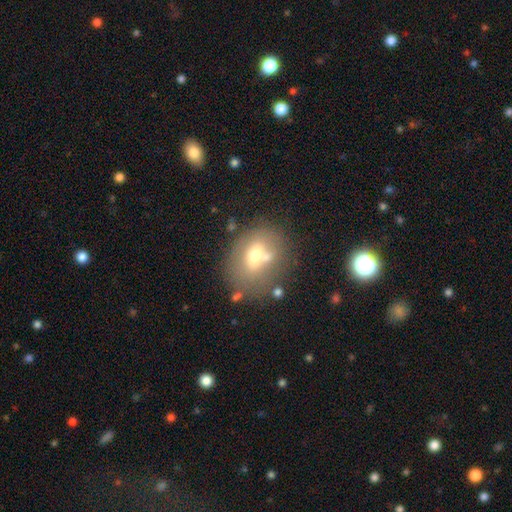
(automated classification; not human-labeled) Smooth or featured?
  - smooth: 59% *
  - featured or disk: 29%
  - star or artifact: 12%
How rounded?
  - in between: 56% *
  - round: 43%
  - cigar-shaped: 2%
Merging?
  - none: 54% *
  - minor disturbance: 19%
  - merger: 17%
  - major disturbance: 10%